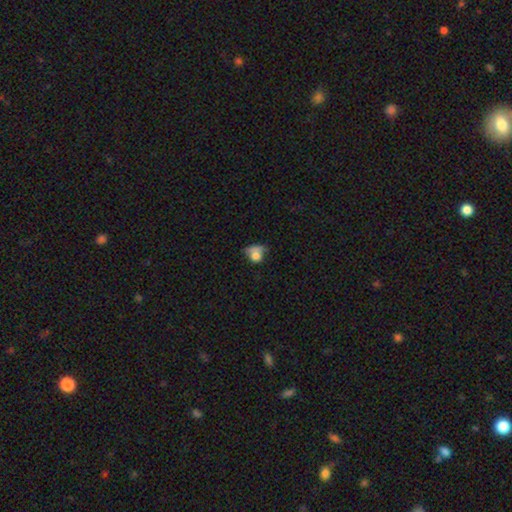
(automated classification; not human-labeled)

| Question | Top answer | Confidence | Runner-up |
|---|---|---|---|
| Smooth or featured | smooth | 69% | featured or disk (17%) |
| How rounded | round | 56% | in between (40%) |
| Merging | none | 33% | major disturbance (23%) |